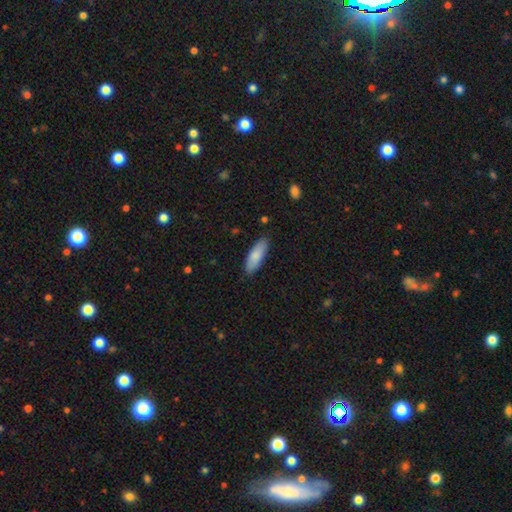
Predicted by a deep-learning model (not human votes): A smooth galaxy with no disk features (84%) that is in between round and cigar-shaped (65%).

Vote fractions:
- Smooth or featured? smooth: 84% / featured or disk: 10% / star or artifact: 6%
- How rounded? in between: 65% / cigar-shaped: 33% / round: 2%
- Merging? none: 86% / minor disturbance: 11% / major disturbance: 2% / merger: 1%